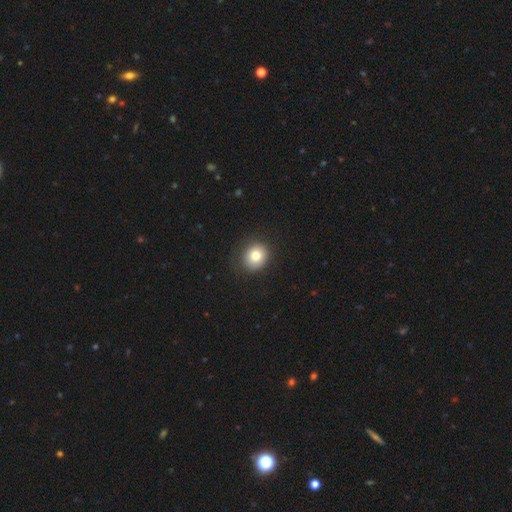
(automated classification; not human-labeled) Smooth or featured: smooth — 79% (featured or disk — 11%)
How rounded: round — 80% (in between — 20%)
Merging: none — 83% (minor disturbance — 12%)